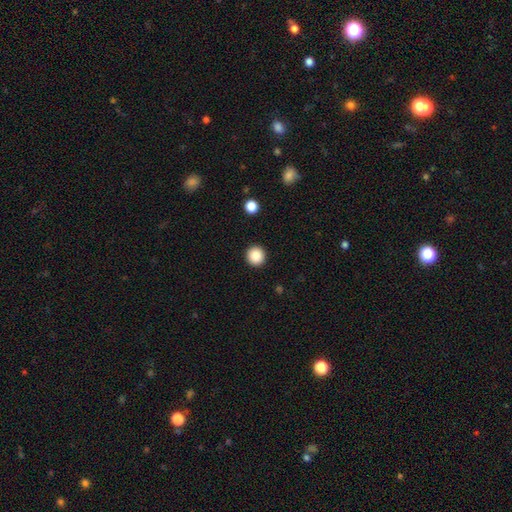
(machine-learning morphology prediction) Smooth or featured? Predicted: smooth (p=0.88). How rounded? Predicted: round (p=0.95). Merging? Predicted: none (p=0.93).